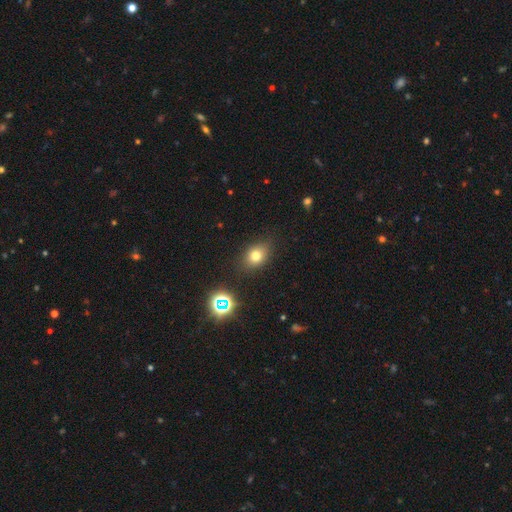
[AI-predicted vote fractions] smooth-or-featured: smooth: 73% | star or artifact: 17% | featured or disk: 10%
  how-rounded: in between: 56% | round: 42% | cigar-shaped: 1%
  merging: none: 81% | minor disturbance: 13% | major disturbance: 4% | merger: 2%